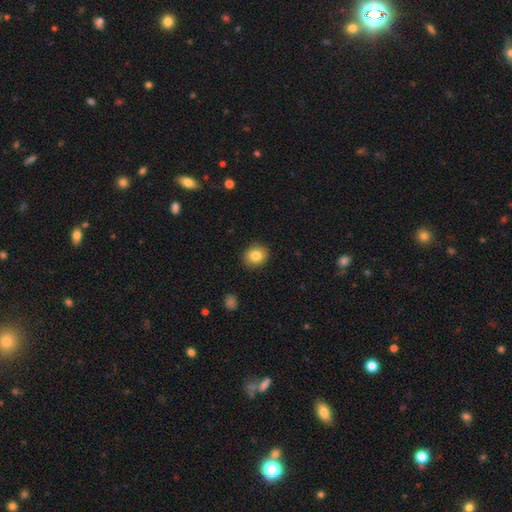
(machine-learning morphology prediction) This is clearly a smooth galaxy (83%). How rounded: likely round (71%). Merging: clearly none (90%).